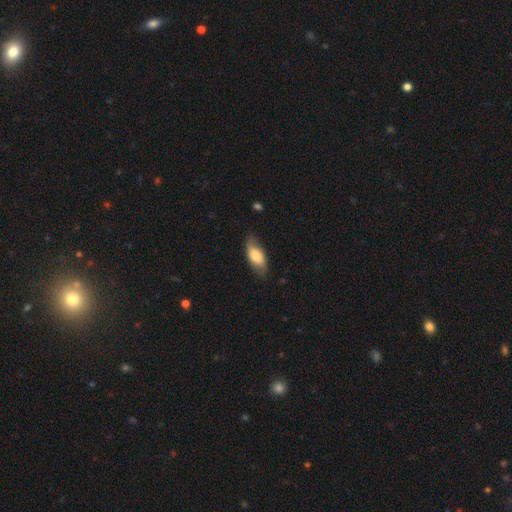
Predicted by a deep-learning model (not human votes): smooth-or-featured: smooth: 75% | featured or disk: 19% | star or artifact: 6%
  how-rounded: in between: 86% | cigar-shaped: 12% | round: 3%
  merging: none: 77% | minor disturbance: 18% | major disturbance: 3% | merger: 1%